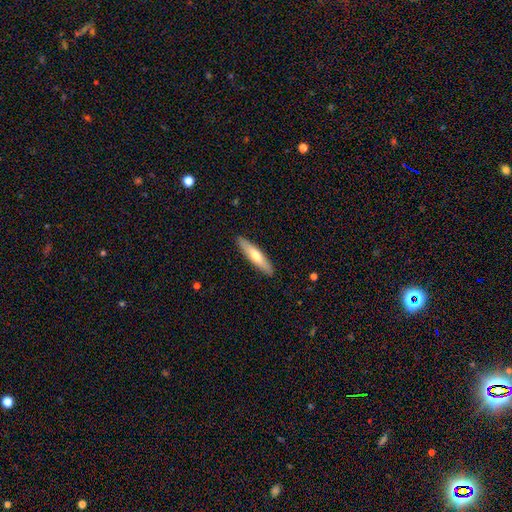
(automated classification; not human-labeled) This appears to be a smooth galaxy with no disk features (59%) that is cigar-shaped (82%). Merging: none (90%).